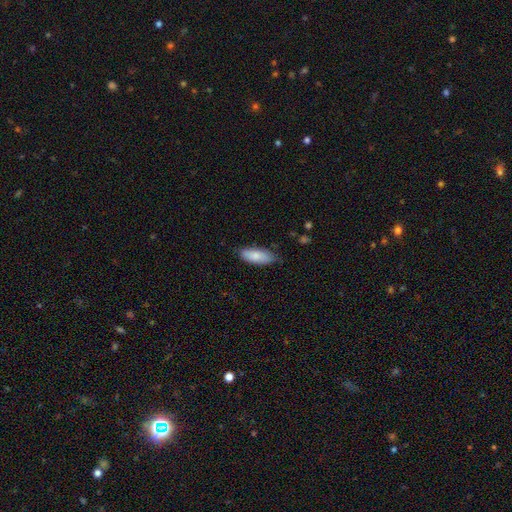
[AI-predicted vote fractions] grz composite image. It shows a smooth galaxy with no disk features (82%) that is in between round and cigar-shaped (76%). Merging: none (77%).